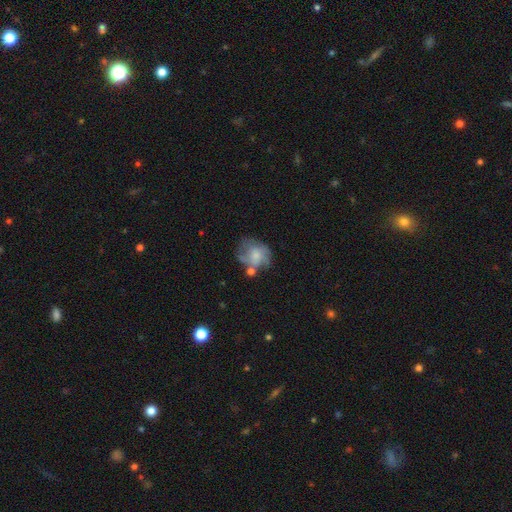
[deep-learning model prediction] smooth_or_featured: featured or disk (p=0.51) [alt: smooth p=0.40]
disk_edge_on: no (p=0.98) [alt: yes p=0.02]
bar: no (p=0.77) [alt: weak p=0.20]
has_spiral_arms: yes (p=0.68) [alt: no p=0.32]
bulge_size: small (p=0.45) [alt: moderate p=0.33]
merging: none (p=0.46) [alt: minor disturbance p=0.24]